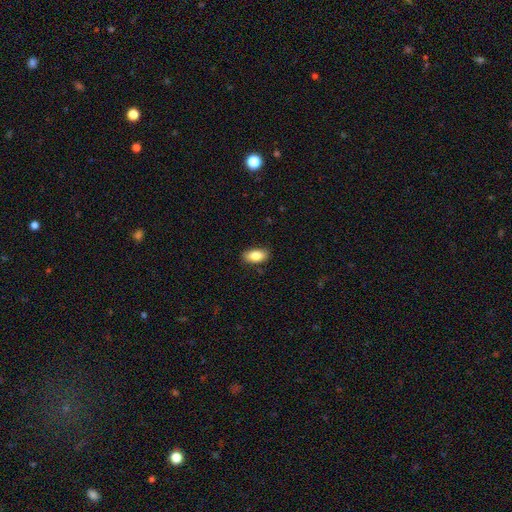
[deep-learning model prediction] Smooth or featured?
  - smooth: 85% *
  - featured or disk: 8%
  - star or artifact: 7%
How rounded?
  - in between: 91% *
  - cigar-shaped: 5%
  - round: 4%
Merging?
  - none: 87% *
  - minor disturbance: 10%
  - major disturbance: 2%
  - merger: 1%